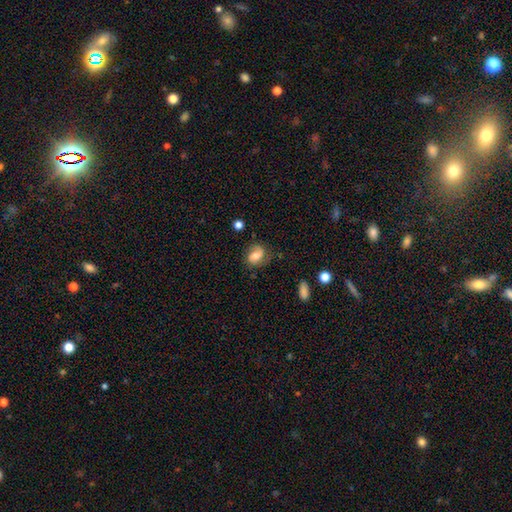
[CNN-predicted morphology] Q: Smooth or featured?
A: smooth (54%); runner-up: featured or disk (37%)
Q: How rounded?
A: in between (59%); runner-up: round (39%)
Q: Merging?
A: none (64%); runner-up: minor disturbance (23%)